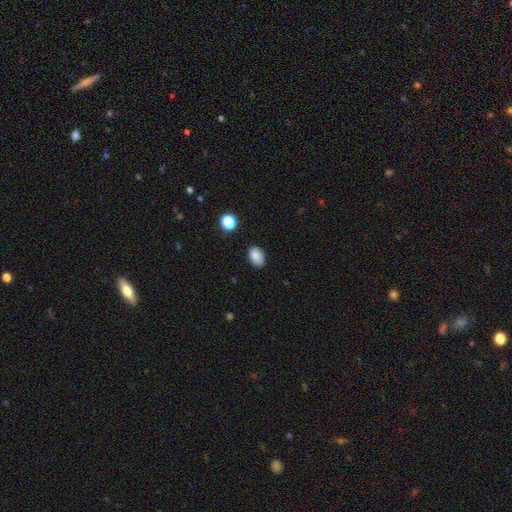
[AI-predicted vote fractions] Smooth or featured? Predicted: smooth (p=0.86). How rounded? Predicted: in between (p=0.83). Merging? Predicted: none (p=0.85).